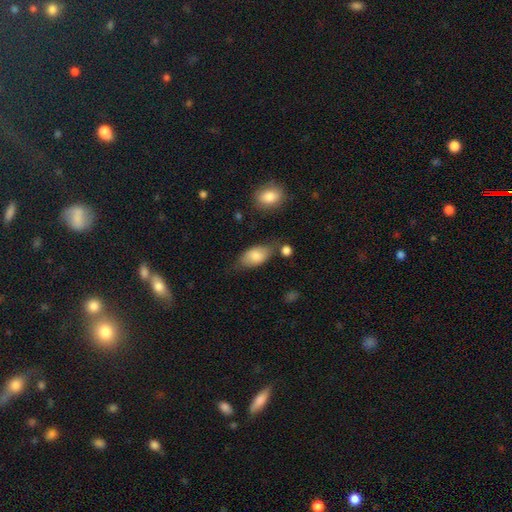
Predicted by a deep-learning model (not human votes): Overall: smooth (79%). How rounded: in between (91%). Merging: none (61%; minor disturbance 24%).